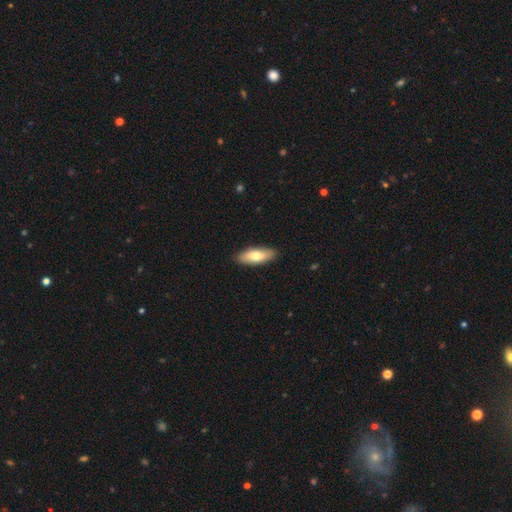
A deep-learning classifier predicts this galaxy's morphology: Smooth or featured?
  - smooth: 73% *
  - featured or disk: 22%
  - star or artifact: 5%
How rounded?
  - in between: 68% *
  - cigar-shaped: 30%
  - round: 2%
Merging?
  - none: 89% *
  - minor disturbance: 9%
  - major disturbance: 2%
  - merger: 1%